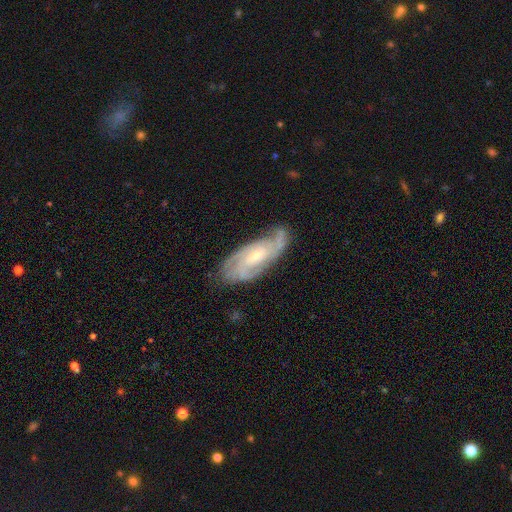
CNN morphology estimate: type=featured or disk (84%); edge-on=no (92%); bar=no (49%); spiral arms=yes (96%); winding=tight (53%); arm count=2 (32%); bulge=small (60%); merging=none (72%).